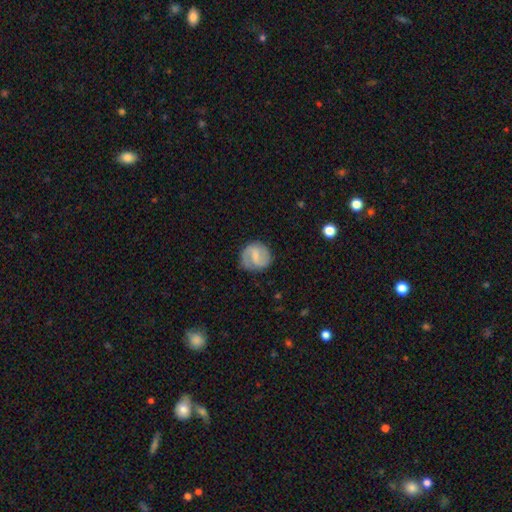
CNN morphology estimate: featured or disk 62%, smooth 32%, star or artifact 6%. Down the decision tree: edge-on disk — no (98%); bar — weak (55%); spiral arms — yes (87%); spiral arm count — 2 (81%); spiral winding — medium (46%); bulge size — small (41%); merging — none (76%).